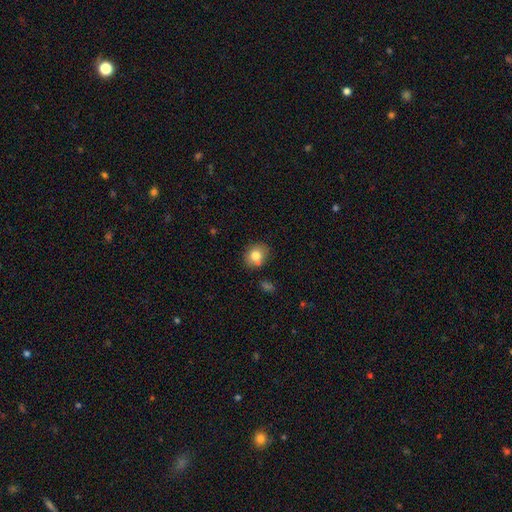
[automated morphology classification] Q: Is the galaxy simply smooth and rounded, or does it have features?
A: smooth — 80%.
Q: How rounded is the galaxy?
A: round — 66%.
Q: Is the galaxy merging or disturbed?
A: none — 74%.